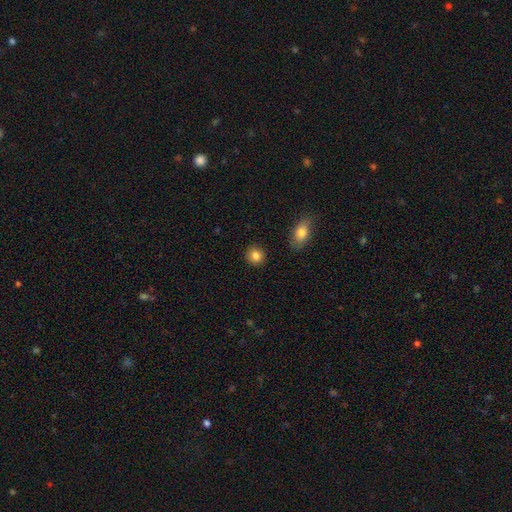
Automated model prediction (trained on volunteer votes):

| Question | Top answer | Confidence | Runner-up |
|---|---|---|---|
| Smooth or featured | smooth | 85% | star or artifact (9%) |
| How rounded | round | 87% | in between (12%) |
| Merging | none | 91% | minor disturbance (6%) |